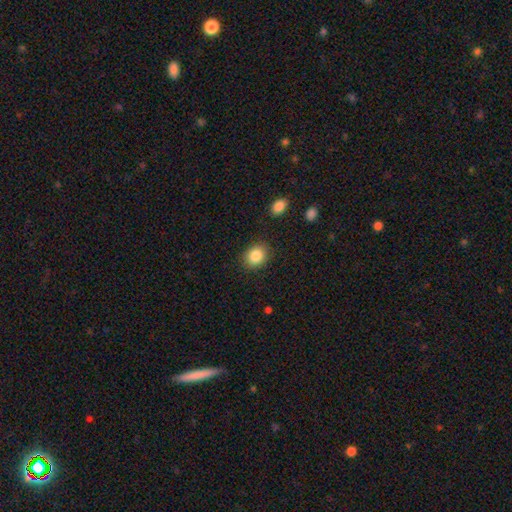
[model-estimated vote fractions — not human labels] smooth-or-featured: smooth: 86% | star or artifact: 9% | featured or disk: 5%
  how-rounded: round: 56% | in between: 43% | cigar-shaped: 1%
  merging: none: 86% | minor disturbance: 10% | major disturbance: 3% | merger: 2%